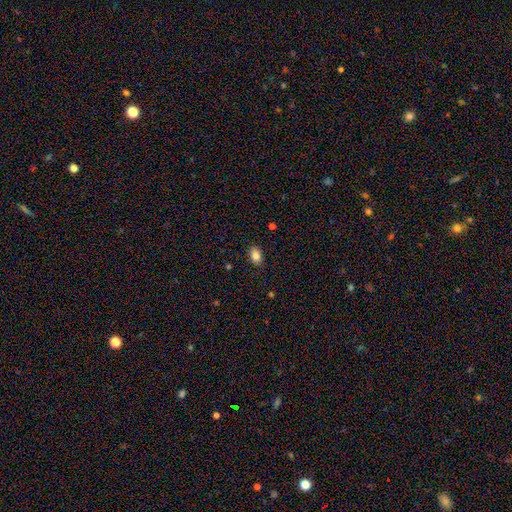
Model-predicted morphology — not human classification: Smooth or featured: smooth — 85% (star or artifact — 9%)
How rounded: in between — 84% (round — 15%)
Merging: none — 88% (minor disturbance — 9%)